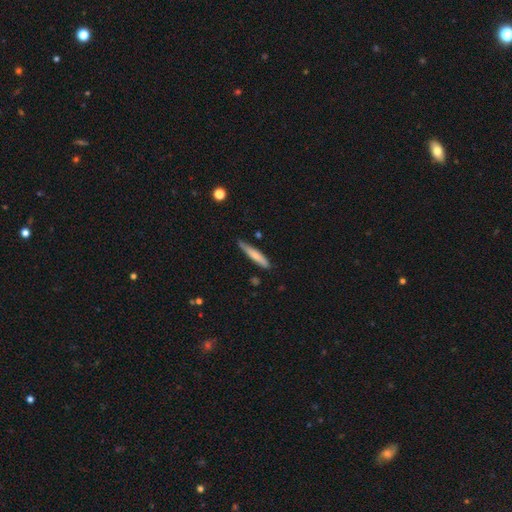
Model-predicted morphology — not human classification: This is likely a smooth galaxy (71%). How rounded: clearly cigar-shaped (90%). Merging: likely none (73%).